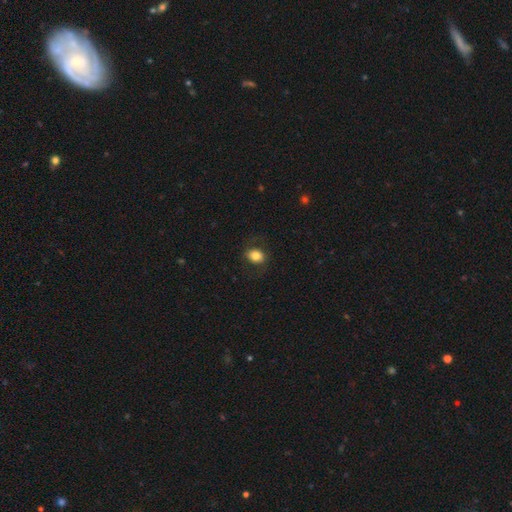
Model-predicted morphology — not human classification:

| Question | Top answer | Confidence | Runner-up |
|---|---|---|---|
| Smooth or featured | smooth | 79% | featured or disk (13%) |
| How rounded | in between | 65% | round (34%) |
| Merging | none | 79% | minor disturbance (13%) |